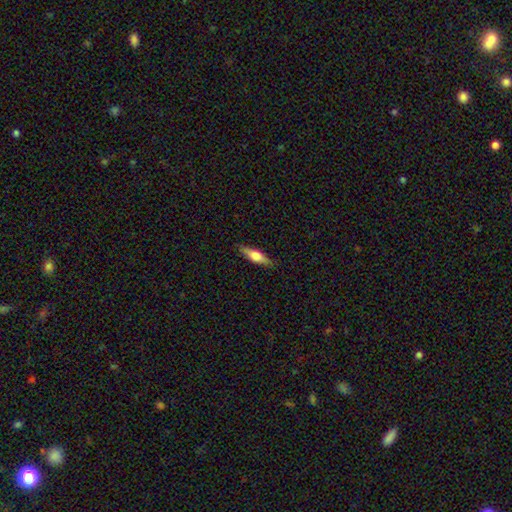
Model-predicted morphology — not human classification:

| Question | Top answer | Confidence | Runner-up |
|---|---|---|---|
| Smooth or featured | smooth | 58% | featured or disk (36%) |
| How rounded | cigar-shaped | 56% | in between (41%) |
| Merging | none | 86% | minor disturbance (11%) |